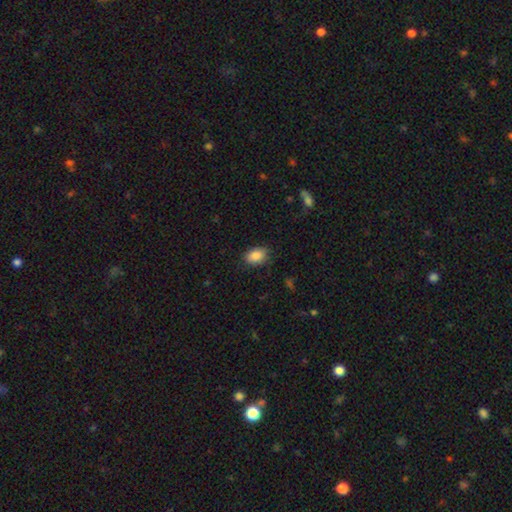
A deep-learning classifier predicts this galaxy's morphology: type=smooth (87%); roundness=in between (85%); merging=none (81%).